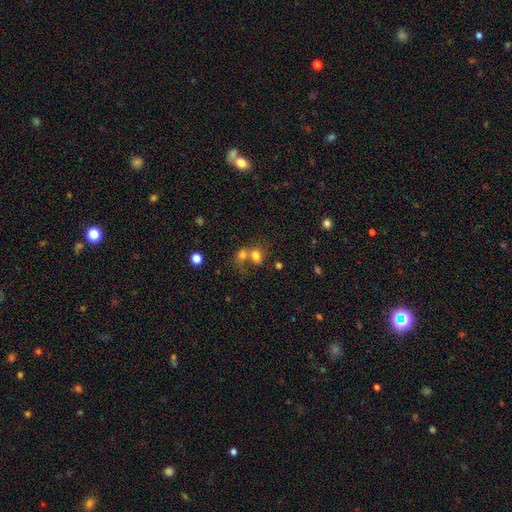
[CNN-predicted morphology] The model was most divided on "how rounded": round: 50%, in between: 49%, cigar-shaped: 1%. More confident: smooth or featured — smooth (73%); merging — merger (62%).